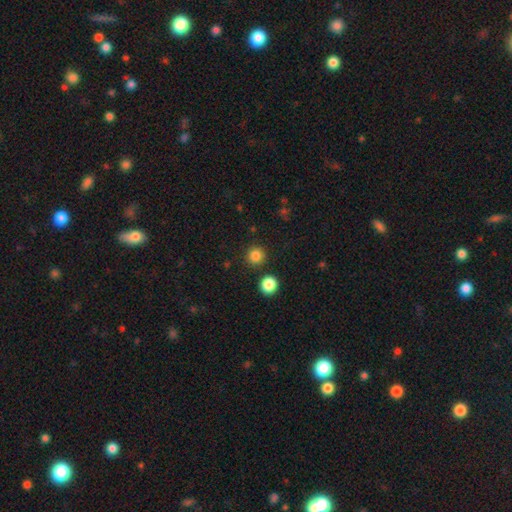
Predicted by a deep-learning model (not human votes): Smooth or featured: smooth — 83% (star or artifact — 13%)
How rounded: round — 94% (in between — 5%)
Merging: none — 89% (minor disturbance — 5%)